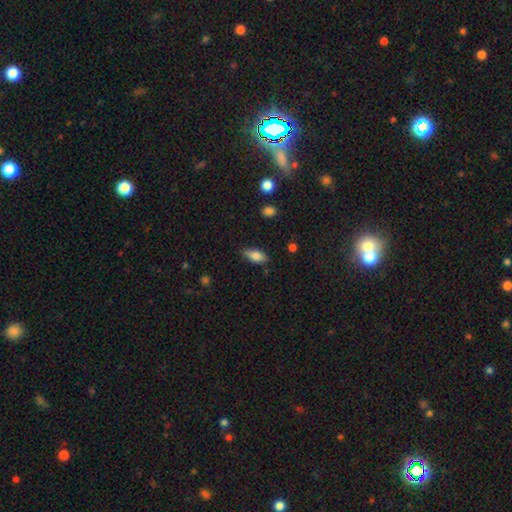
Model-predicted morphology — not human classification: Q: Smooth or featured?
A: smooth (83%); runner-up: featured or disk (10%)
Q: How rounded?
A: in between (85%); runner-up: cigar-shaped (12%)
Q: Merging?
A: none (73%); runner-up: minor disturbance (21%)